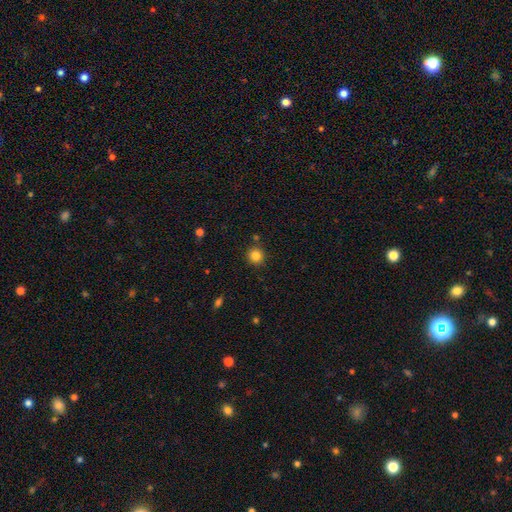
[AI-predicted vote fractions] A smooth galaxy with no disk features (84%) that is round (90%). Merging: none (86%).